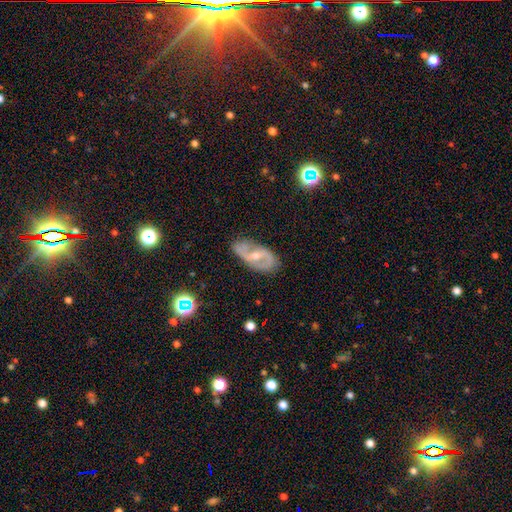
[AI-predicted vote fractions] This appears to be a featured or disk galaxy (82%) with a weak bar (47%), 2 (89%) medium (47%) spiral arms (91%) and a small central bulge (48%). Merging: none (77%).